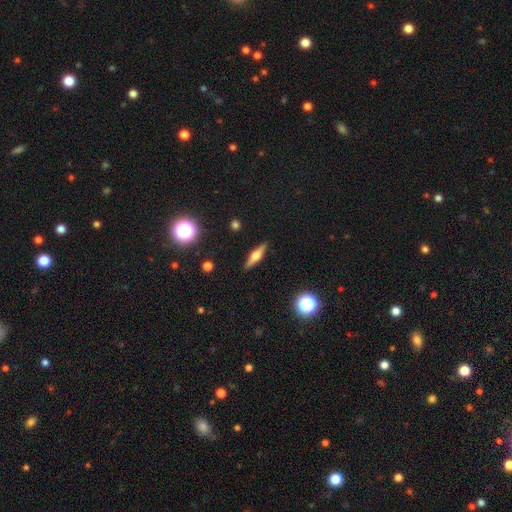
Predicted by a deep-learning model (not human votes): Overall: featured or disk (61%; smooth 31%). Edge-on disk: yes (96%). Edge-on bulge: rounded (88%). Merging: none (89%).